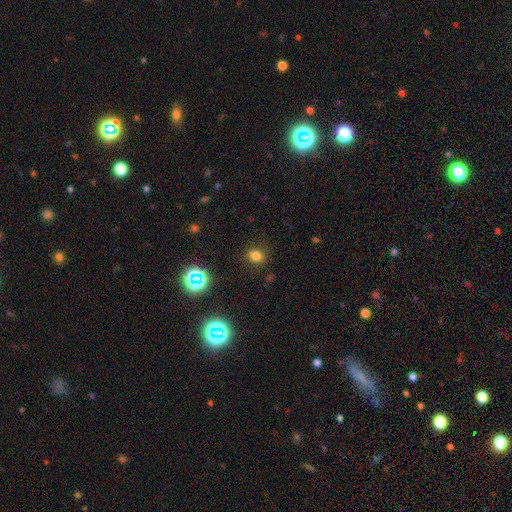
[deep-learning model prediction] smooth-or-featured: smooth: 75% | star or artifact: 19% | featured or disk: 6%
  how-rounded: round: 57% | in between: 42% | cigar-shaped: 1%
  merging: none: 85% | minor disturbance: 10% | major disturbance: 3% | merger: 2%